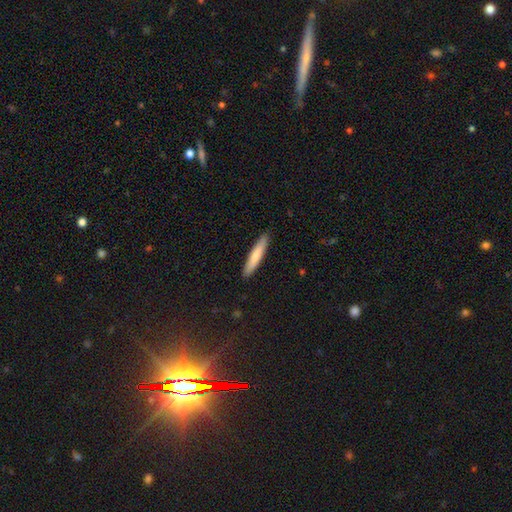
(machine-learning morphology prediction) smooth-or-featured: smooth: 76% | featured or disk: 19% | star or artifact: 5%
  how-rounded: cigar-shaped: 91% | in between: 8% | round: 1%
  merging: none: 91% | minor disturbance: 7% | major disturbance: 1% | merger: 1%